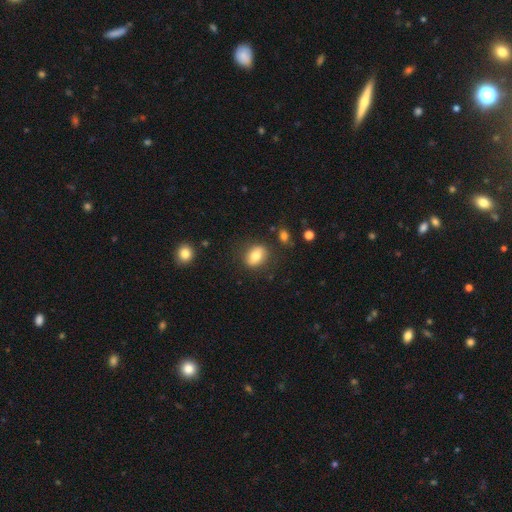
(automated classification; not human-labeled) Overall: smooth (76%). How rounded: in between (67%; round 31%). Merging: none (82%).